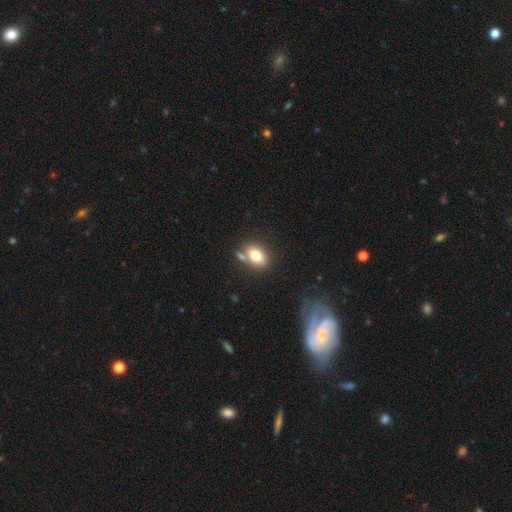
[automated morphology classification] This is likely a smooth galaxy (76%). How rounded: likely in between (78%). Merging: likely none (61%).